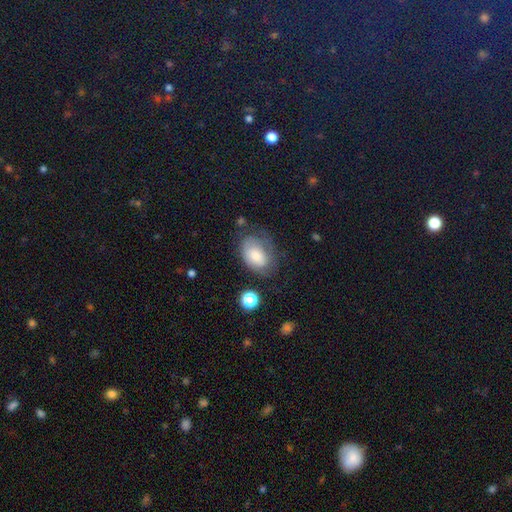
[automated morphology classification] The model was most divided on "merging": none: 50%, minor disturbance: 29%, major disturbance: 17%, merger: 4%. More confident: how rounded — in between (85%); smooth or featured — smooth (71%).